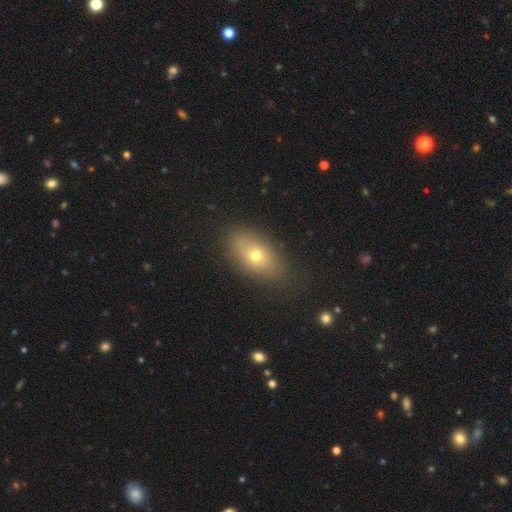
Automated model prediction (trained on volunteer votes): The model was most divided on "smooth or featured": smooth: 67%, featured or disk: 22%, star or artifact: 11%. More confident: how rounded — in between (83%); merging — none (82%).